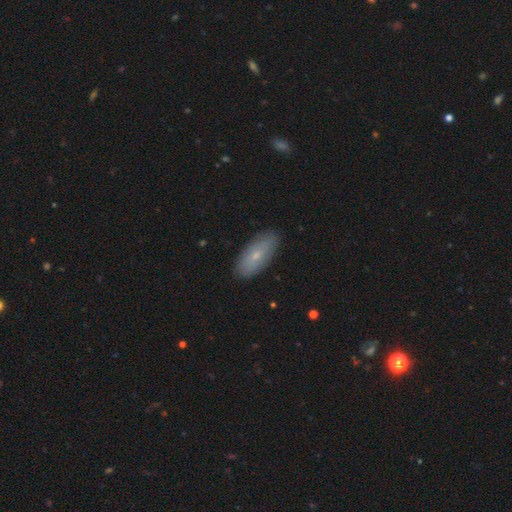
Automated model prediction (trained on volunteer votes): Morphology: type=smooth (66%); roundness=in between (82%); merging=none (87%).